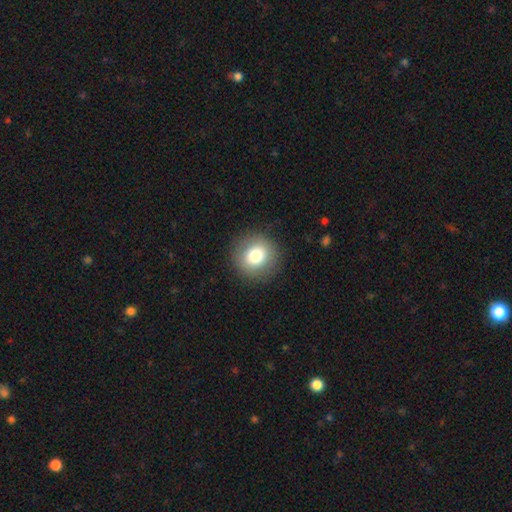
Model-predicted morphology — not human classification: This is likely a smooth galaxy (77%). How rounded: clearly round (93%). Merging: clearly none (90%).